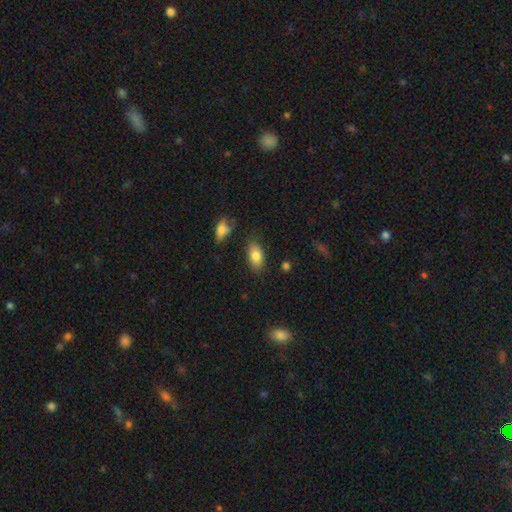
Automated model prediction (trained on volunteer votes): smooth 81%, featured or disk 10%, star or artifact 8%. Down the decision tree: how rounded — in between (91%); merging — none (80%).